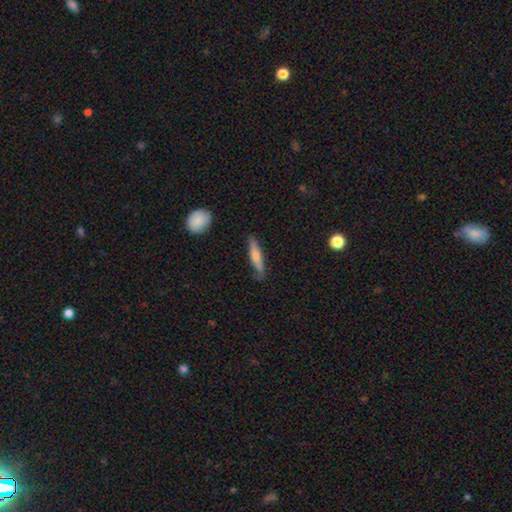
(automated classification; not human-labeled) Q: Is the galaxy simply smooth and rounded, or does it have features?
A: smooth — 51%.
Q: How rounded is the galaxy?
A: cigar-shaped — 86%.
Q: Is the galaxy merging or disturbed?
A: none — 84%.